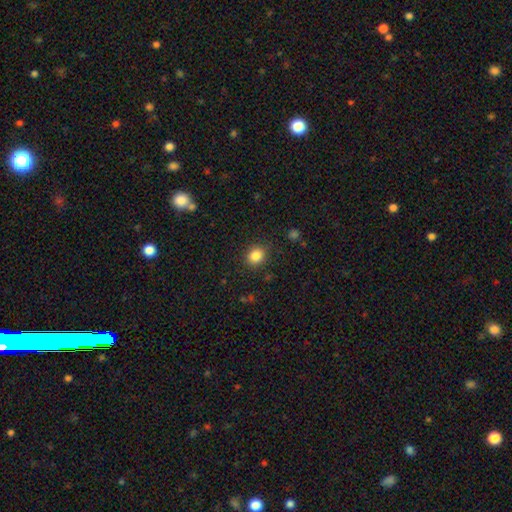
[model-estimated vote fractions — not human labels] Overall: smooth (85%). How rounded: round (73%). Merging: none (87%).